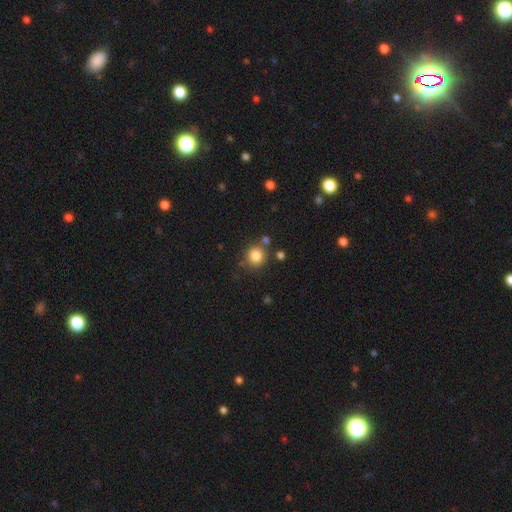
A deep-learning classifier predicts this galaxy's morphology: smooth 83%, star or artifact 11%, featured or disk 5%. Down the decision tree: how rounded — round (90%); merging — none (77%).